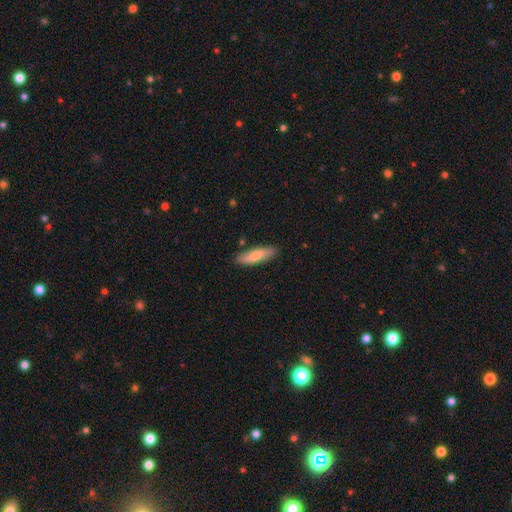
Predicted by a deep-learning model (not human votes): Smooth or featured?
  - smooth: 73% *
  - featured or disk: 22%
  - star or artifact: 5%
How rounded?
  - cigar-shaped: 64% *
  - in between: 34%
  - round: 2%
Merging?
  - none: 82% *
  - minor disturbance: 13%
  - merger: 2%
  - major disturbance: 2%